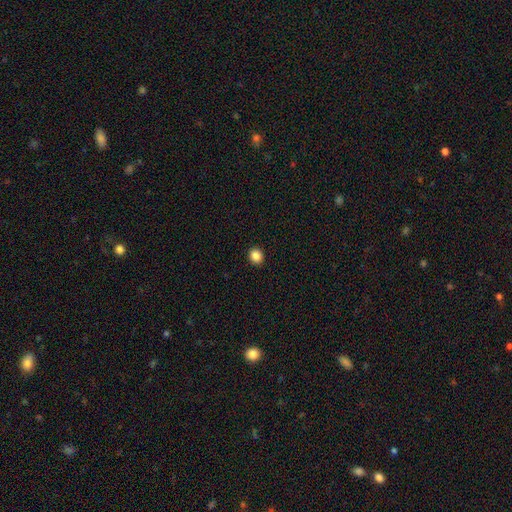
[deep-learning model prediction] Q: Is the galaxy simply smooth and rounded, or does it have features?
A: smooth — 86%.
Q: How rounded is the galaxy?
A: round — 81%.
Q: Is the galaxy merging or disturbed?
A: none — 93%.